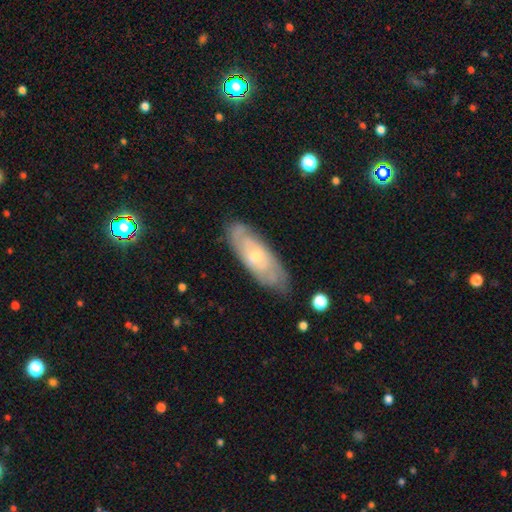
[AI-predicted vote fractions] A featured or disk galaxy (73%) with no bar (72%), tight (66%) spiral arms (88%) and a small central bulge (53%). Merging: none (77%).